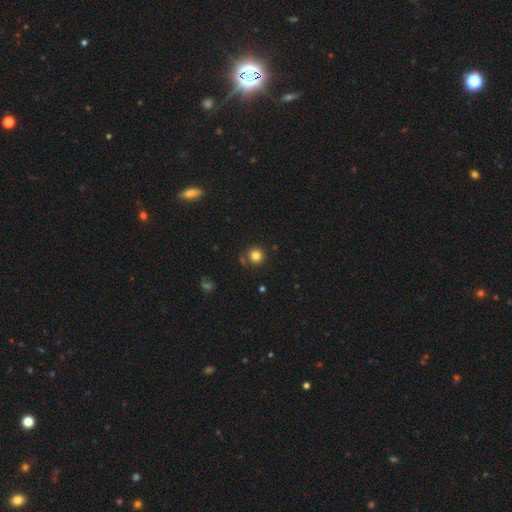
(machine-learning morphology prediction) smooth-or-featured: smooth: 82% | star or artifact: 13% | featured or disk: 6%
  how-rounded: round: 94% | in between: 5% | cigar-shaped: 1%
  merging: none: 85% | minor disturbance: 8% | merger: 5% | major disturbance: 2%